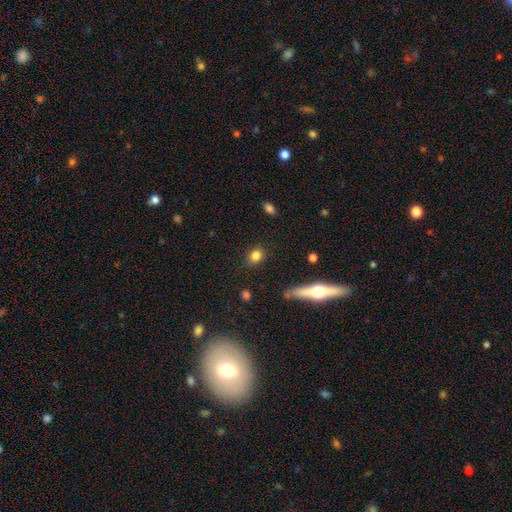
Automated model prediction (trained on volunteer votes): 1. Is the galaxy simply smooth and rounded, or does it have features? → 83% smooth, 10% star or artifact, 7% featured or disk.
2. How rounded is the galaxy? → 55% round, 43% in between, 3% cigar-shaped.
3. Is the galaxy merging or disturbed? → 84% none, 11% minor disturbance, 3% major disturbance, 2% merger.